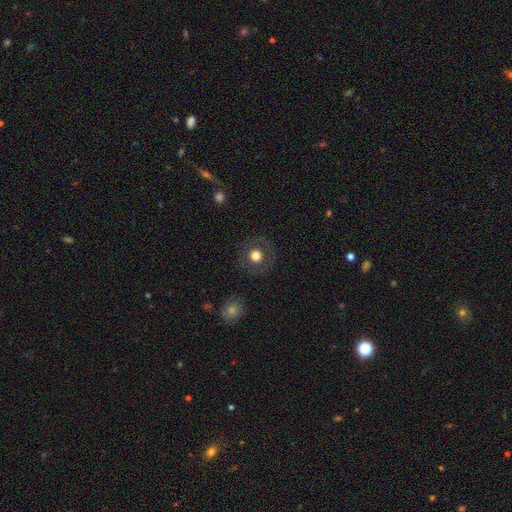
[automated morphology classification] This is likely a smooth galaxy (67%). How rounded: clearly round (94%). Merging: clearly none (88%).